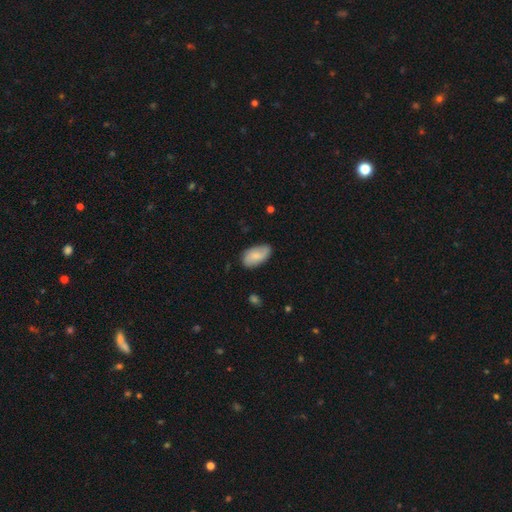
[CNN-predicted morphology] smooth 68%, featured or disk 25%, star or artifact 7%. Down the decision tree: how rounded — in between (94%); merging — none (76%).